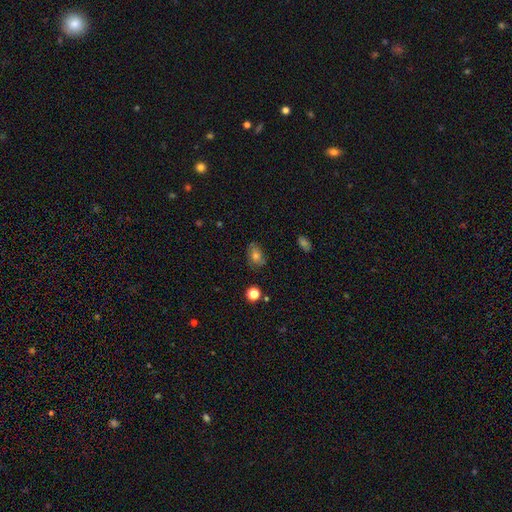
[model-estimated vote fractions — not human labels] The model was most divided on "smooth or featured": smooth: 66%, featured or disk: 18%, star or artifact: 16%. More confident: how rounded — in between (75%); merging — none (73%).